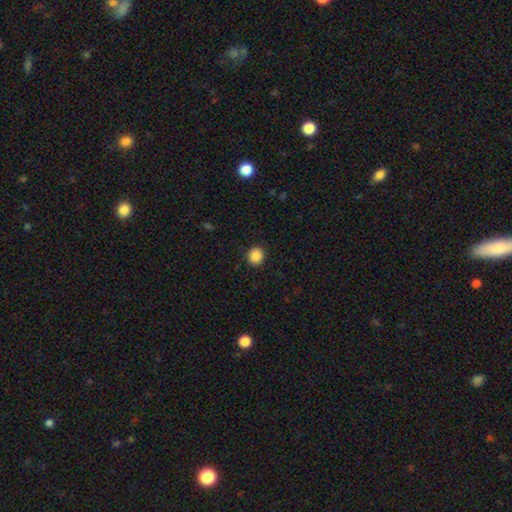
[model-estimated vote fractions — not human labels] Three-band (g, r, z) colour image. It shows a smooth galaxy with no disk features (88%) that is round (85%). Merging: none (91%).